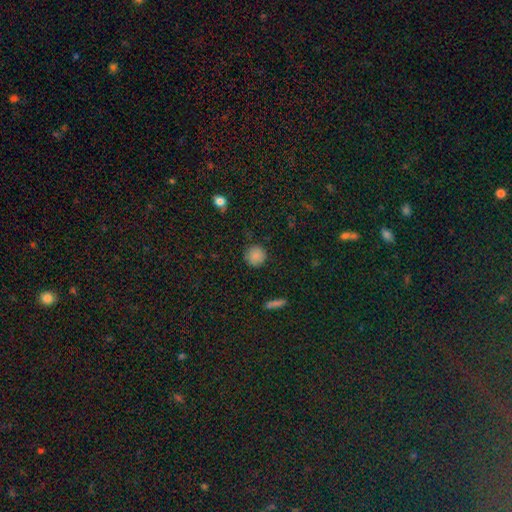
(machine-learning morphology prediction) Q: Smooth or featured?
A: smooth (85%); runner-up: star or artifact (11%)
Q: How rounded?
A: round (92%); runner-up: in between (6%)
Q: Merging?
A: none (86%); runner-up: minor disturbance (10%)